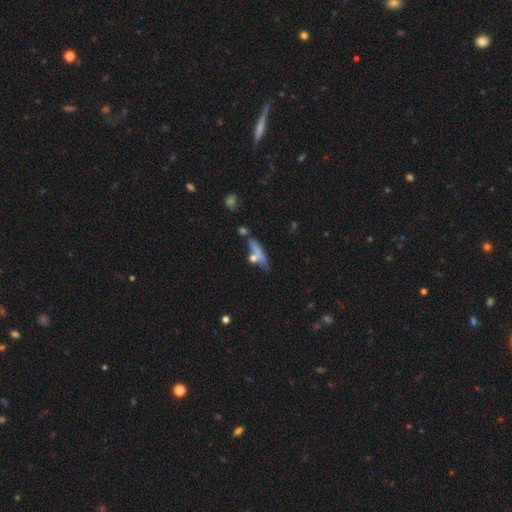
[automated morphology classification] A smooth galaxy with no disk features (60%) that is cigar-shaped (63%).

Vote fractions:
- Smooth or featured? smooth: 60% / featured or disk: 30% / star or artifact: 11%
- How rounded? cigar-shaped: 63% / in between: 29% / round: 8%
- Merging? none: 46% / merger: 22% / minor disturbance: 19% / major disturbance: 12%